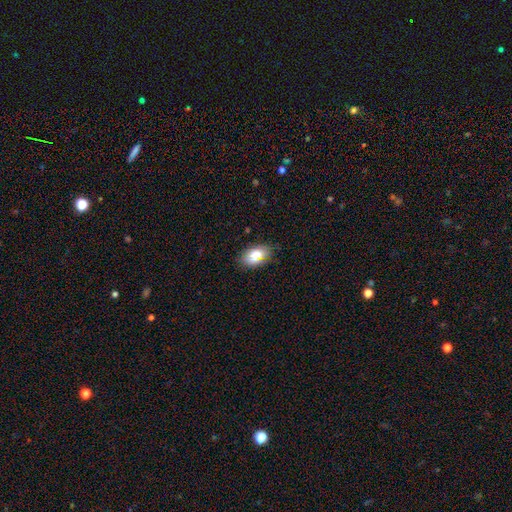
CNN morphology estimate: Q: Smooth or featured?
A: smooth (79%); runner-up: featured or disk (11%)
Q: How rounded?
A: in between (87%); runner-up: round (11%)
Q: Merging?
A: none (80%); runner-up: minor disturbance (15%)